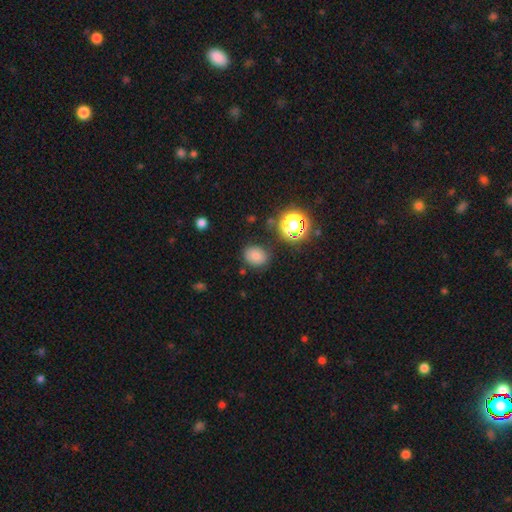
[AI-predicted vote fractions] Morphology: type=smooth (77%); roundness=round (52%); merging=none (81%).